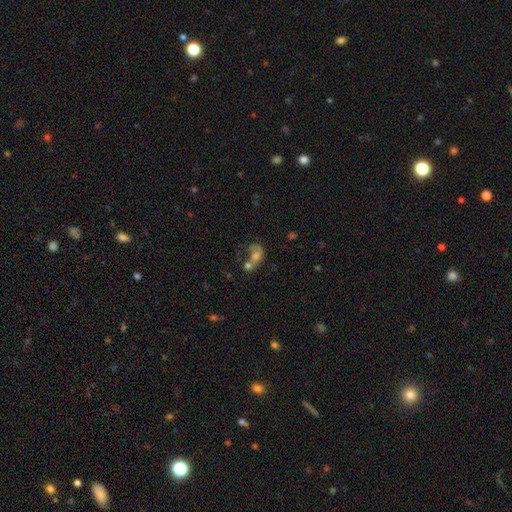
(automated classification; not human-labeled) A smooth galaxy with no disk features (46%). Merging: merger (47%).